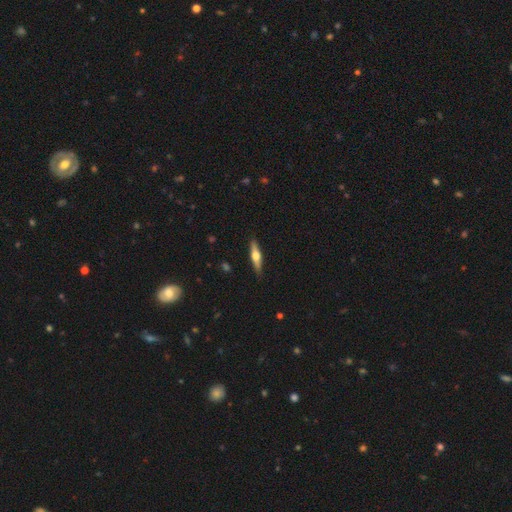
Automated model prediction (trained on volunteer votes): Smooth or featured? featured or disk (60%)
Edge-on disk? yes (96%)
Edge-on bulge? rounded (94%)
Merging? none (89%)